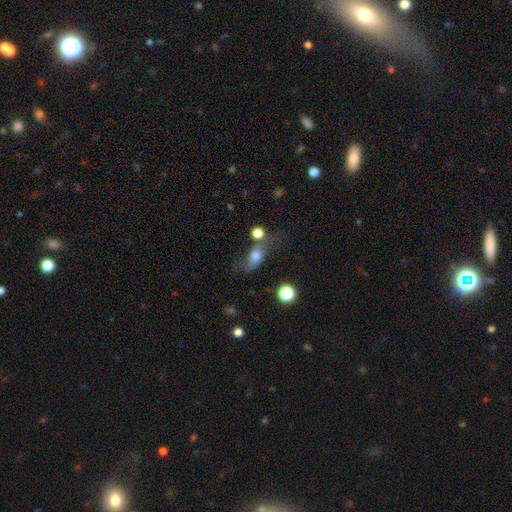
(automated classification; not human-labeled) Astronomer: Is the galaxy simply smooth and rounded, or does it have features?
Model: smooth — 69%.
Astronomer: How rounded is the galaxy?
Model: in between — 67%.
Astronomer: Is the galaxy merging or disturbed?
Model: none — 41% (runner-up: minor disturbance, 22%).